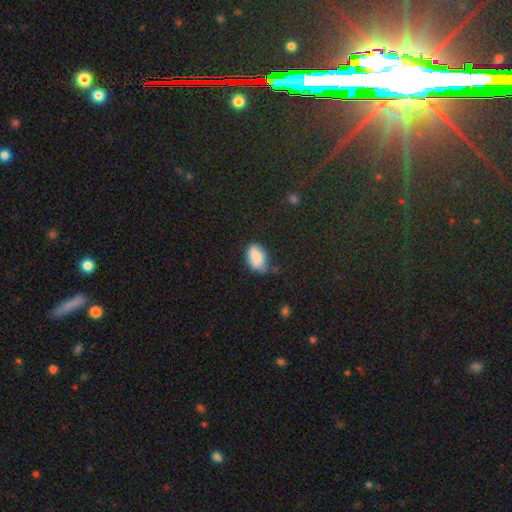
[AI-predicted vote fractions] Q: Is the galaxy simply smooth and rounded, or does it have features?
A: smooth — 82%.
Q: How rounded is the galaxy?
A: in between — 88%.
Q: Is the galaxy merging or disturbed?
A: none — 46%.